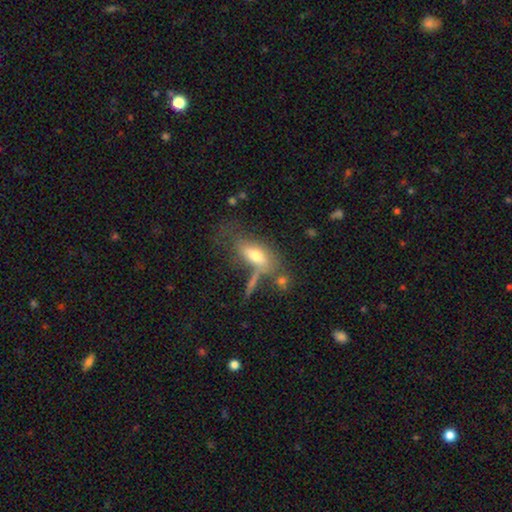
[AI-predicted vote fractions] smooth-or-featured: smooth: 62% | featured or disk: 29% | star or artifact: 9%
  how-rounded: in between: 79% | cigar-shaped: 16% | round: 5%
  merging: none: 40% | major disturbance: 20% | minor disturbance: 20% | merger: 20%